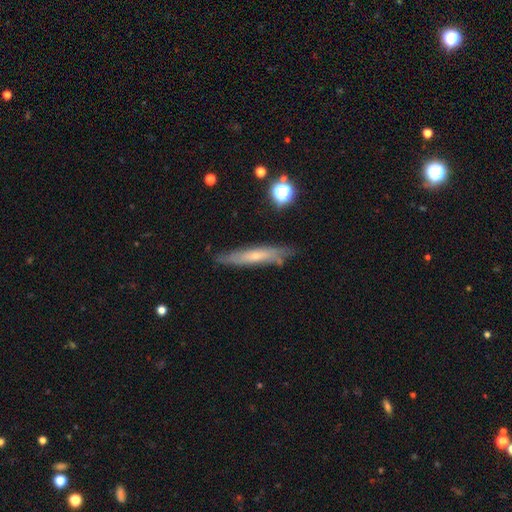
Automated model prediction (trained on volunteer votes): featured or disk 49%, smooth 43%, star or artifact 8%. Down the decision tree: merging — none (79%).